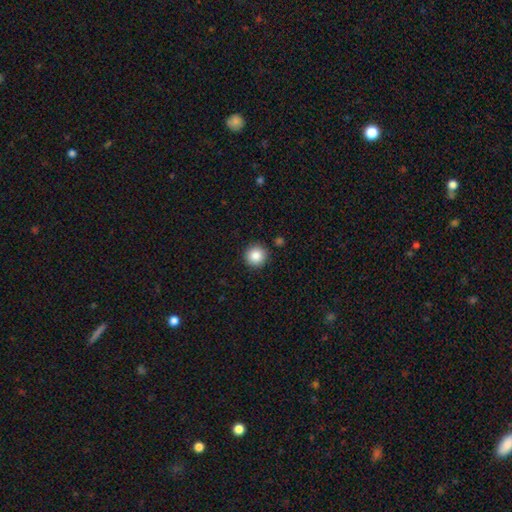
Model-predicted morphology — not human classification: smooth 87%, star or artifact 9%, featured or disk 4%. Down the decision tree: how rounded — round (95%); merging — none (90%).